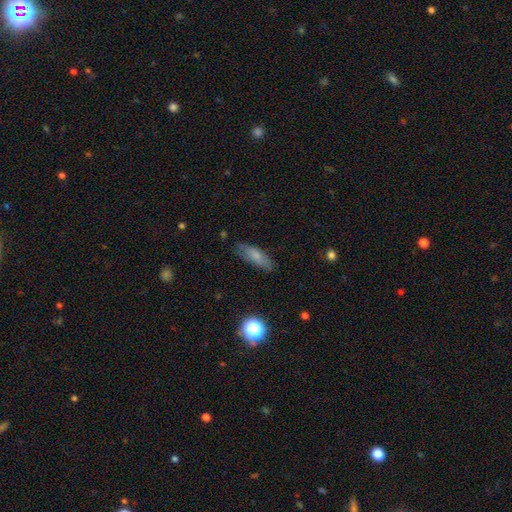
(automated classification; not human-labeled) A smooth galaxy with no disk features (72%) that is in between round and cigar-shaped (55%).

Vote fractions:
- Smooth or featured? smooth: 72% / featured or disk: 19% / star or artifact: 9%
- How rounded? in between: 55% / cigar-shaped: 42% / round: 3%
- Merging? none: 77% / minor disturbance: 18% / major disturbance: 4% / merger: 2%